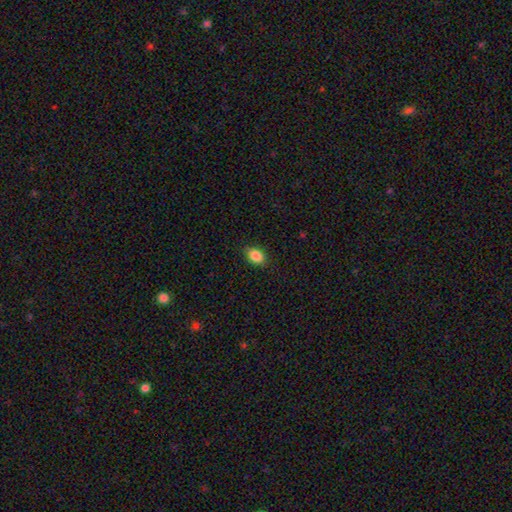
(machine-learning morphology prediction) smooth 87%, star or artifact 8%, featured or disk 5%. Down the decision tree: how rounded — in between (79%); merging — none (87%).